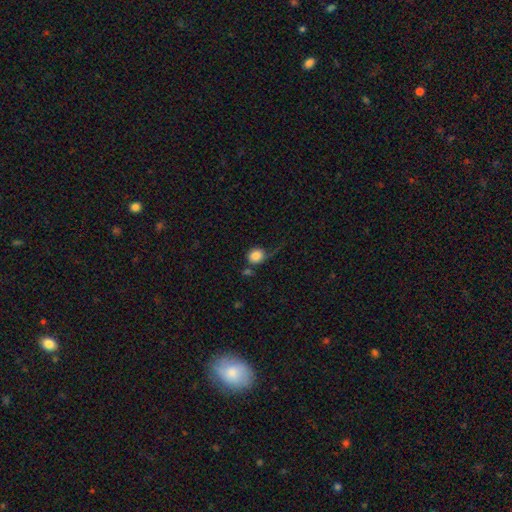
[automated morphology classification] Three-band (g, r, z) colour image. It shows a smooth galaxy with no disk features (82%) that is round (80%). Merging: none (42%).